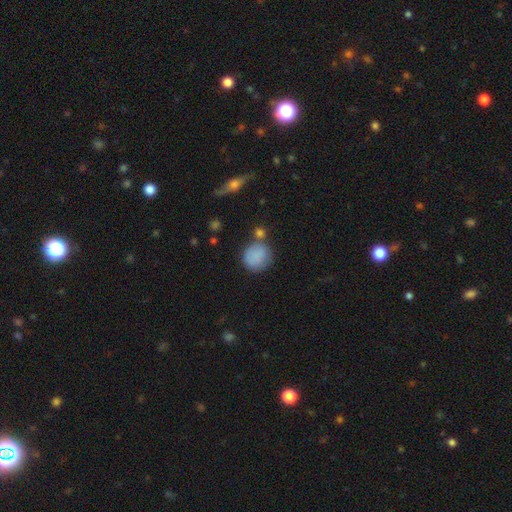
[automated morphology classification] Smooth or featured? smooth (84%)
How rounded? round (85%)
Merging? none (61%)